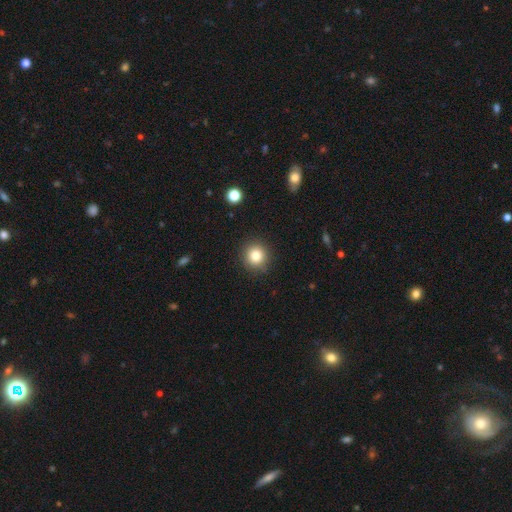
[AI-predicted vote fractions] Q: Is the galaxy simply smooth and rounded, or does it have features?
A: smooth — 82%.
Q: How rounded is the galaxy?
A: round — 93%.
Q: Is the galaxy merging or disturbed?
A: none — 90%.